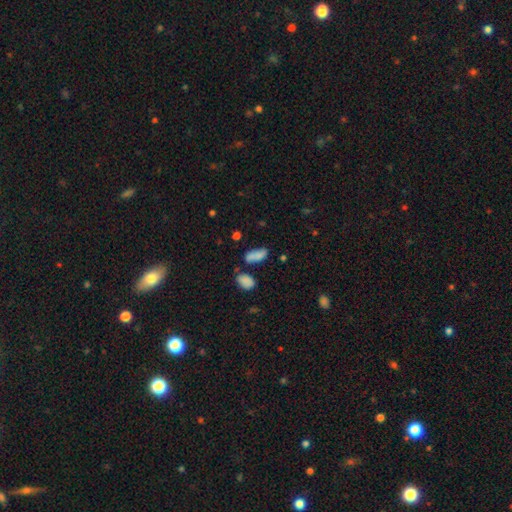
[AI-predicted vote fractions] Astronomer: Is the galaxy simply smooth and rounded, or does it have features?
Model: smooth — 79%.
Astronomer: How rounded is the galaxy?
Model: in between — 84%.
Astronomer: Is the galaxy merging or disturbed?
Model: none — 59%.